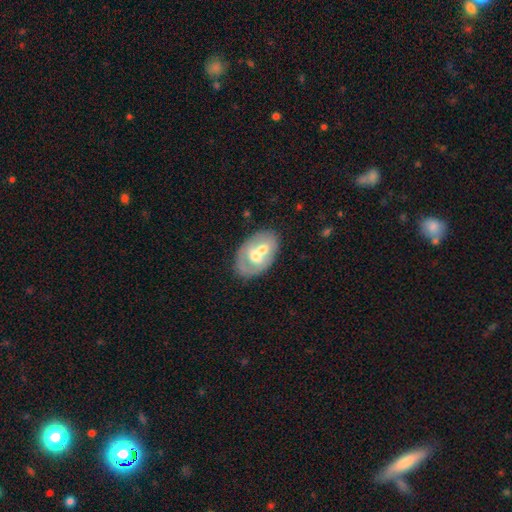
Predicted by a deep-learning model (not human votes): This appears to be a featured or disk galaxy (56%) with no bar (73%), no spiral arms (75%) and a moderate central bulge (71%). Merging: none (44%).